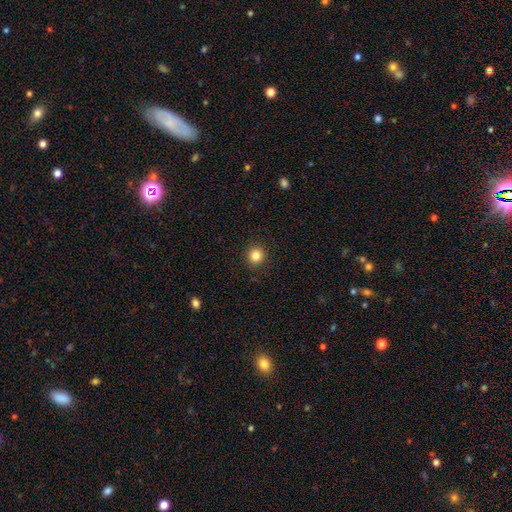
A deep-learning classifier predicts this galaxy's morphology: Smooth or featured? Predicted: smooth (p=0.84). How rounded? Predicted: round (p=0.91). Merging? Predicted: none (p=0.91).